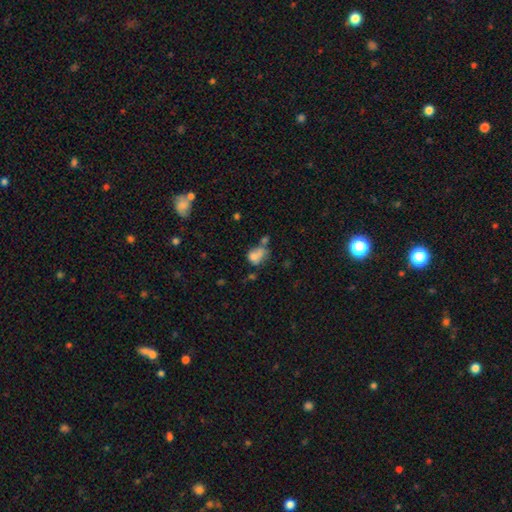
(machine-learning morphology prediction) smooth-or-featured: smooth: 68% | featured or disk: 20% | star or artifact: 12%
  how-rounded: in between: 62% | round: 37% | cigar-shaped: 2%
  merging: merger: 41% | none: 25% | minor disturbance: 18% | major disturbance: 16%